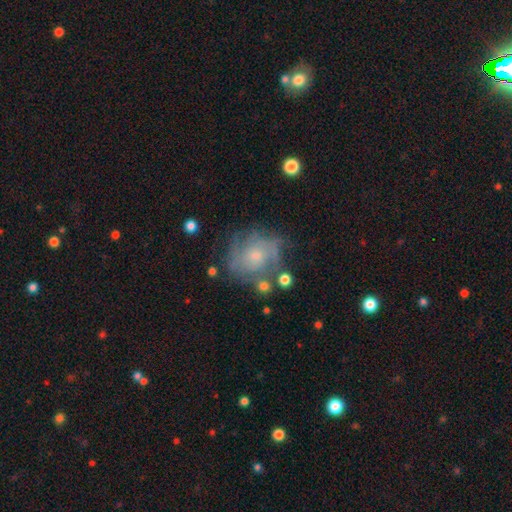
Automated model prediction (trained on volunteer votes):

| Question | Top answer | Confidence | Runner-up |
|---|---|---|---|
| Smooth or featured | featured or disk | 66% | smooth (24%) |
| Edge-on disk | no | 97% | yes (3%) |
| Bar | no | 78% | weak (19%) |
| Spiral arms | yes | 81% | no (19%) |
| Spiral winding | tight | 48% | medium (37%) |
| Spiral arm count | can't tell | 47% | 2 (19%) |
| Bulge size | small | 55% | moderate (36%) |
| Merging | none | 62% | minor disturbance (21%) |